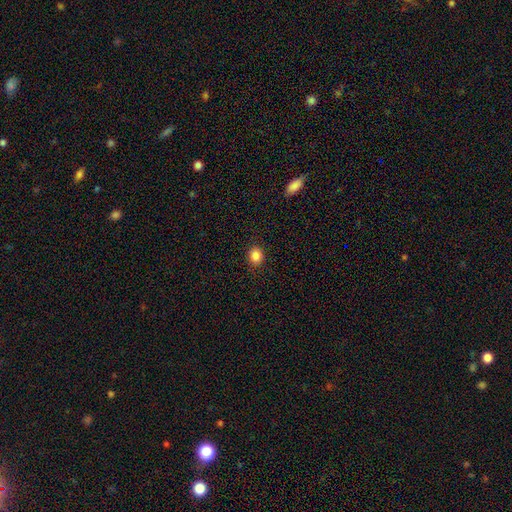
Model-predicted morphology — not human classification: smooth-or-featured: smooth: 86% | star or artifact: 10% | featured or disk: 4%
  how-rounded: round: 66% | in between: 33% | cigar-shaped: 1%
  merging: none: 90% | minor disturbance: 7% | major disturbance: 2% | merger: 1%